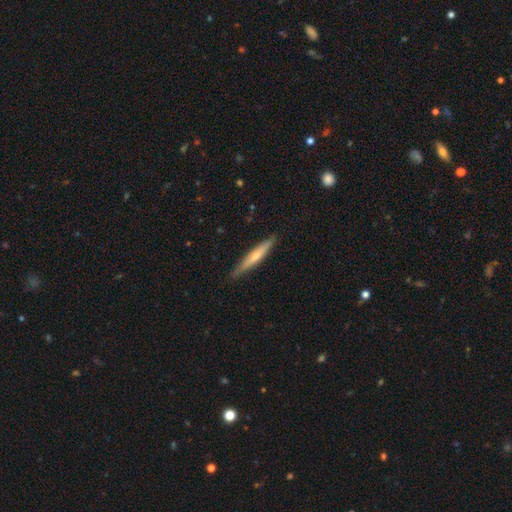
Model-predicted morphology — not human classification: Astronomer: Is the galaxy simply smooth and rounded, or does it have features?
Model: featured or disk — 47%, tied with smooth at 47%.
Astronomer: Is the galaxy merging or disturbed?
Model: none — 87%.